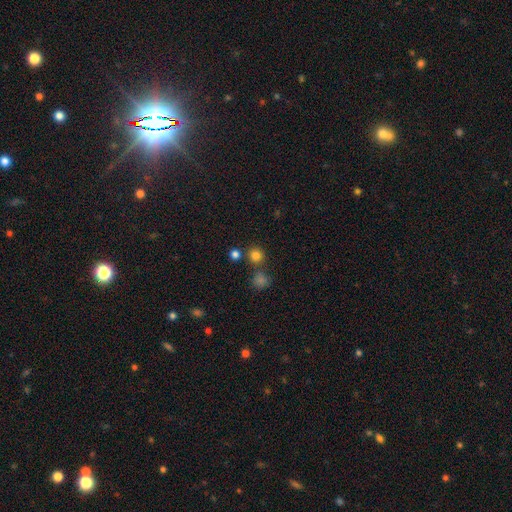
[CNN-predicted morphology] The model was most divided on "merging": none: 74%, merger: 15%, minor disturbance: 7%, major disturbance: 3%. More confident: how rounded — round (92%); smooth or featured — smooth (79%).